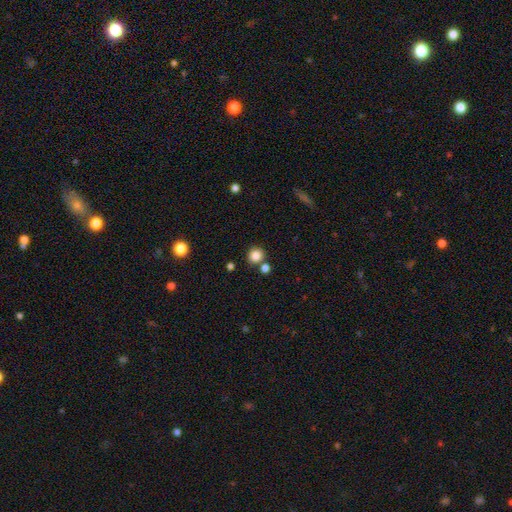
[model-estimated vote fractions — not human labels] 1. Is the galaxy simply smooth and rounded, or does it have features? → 84% smooth, 12% star or artifact, 5% featured or disk.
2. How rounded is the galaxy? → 91% round, 8% in between, 1% cigar-shaped.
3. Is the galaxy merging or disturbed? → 75% none, 14% merger, 8% minor disturbance, 3% major disturbance.